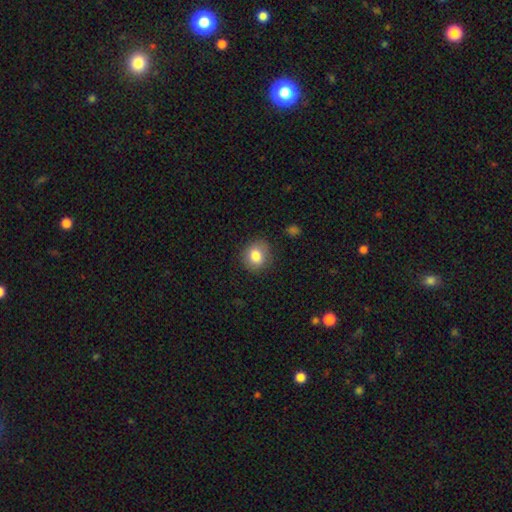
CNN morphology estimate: Smooth or featured?
  - smooth: 82% *
  - star or artifact: 9%
  - featured or disk: 8%
How rounded?
  - round: 74% *
  - in between: 25%
  - cigar-shaped: 1%
Merging?
  - none: 83% *
  - minor disturbance: 12%
  - major disturbance: 3%
  - merger: 1%